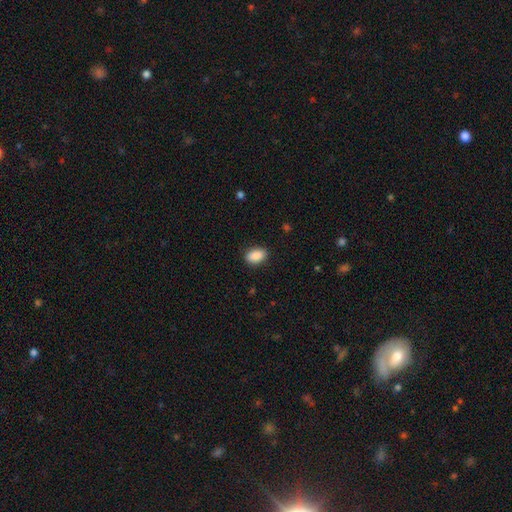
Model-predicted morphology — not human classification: smooth_or_featured: smooth (p=0.90) [alt: star or artifact p=0.07]
how_rounded: in between (p=0.89) [alt: round p=0.09]
merging: none (p=0.88) [alt: minor disturbance p=0.09]